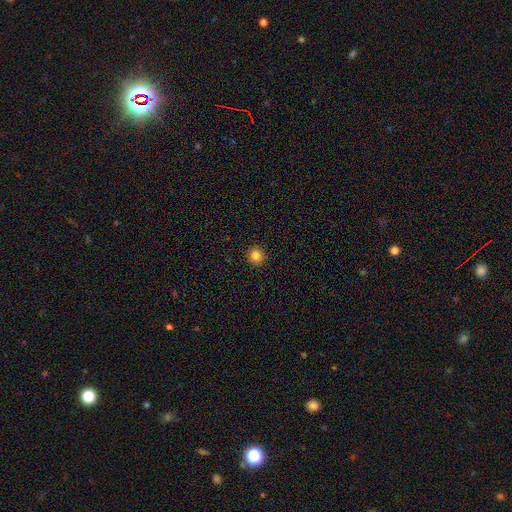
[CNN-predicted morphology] Smooth or featured?
  - smooth: 82% *
  - star or artifact: 13%
  - featured or disk: 5%
How rounded?
  - round: 94% *
  - in between: 5%
  - cigar-shaped: 1%
Merging?
  - none: 93% *
  - minor disturbance: 5%
  - major disturbance: 2%
  - merger: 1%